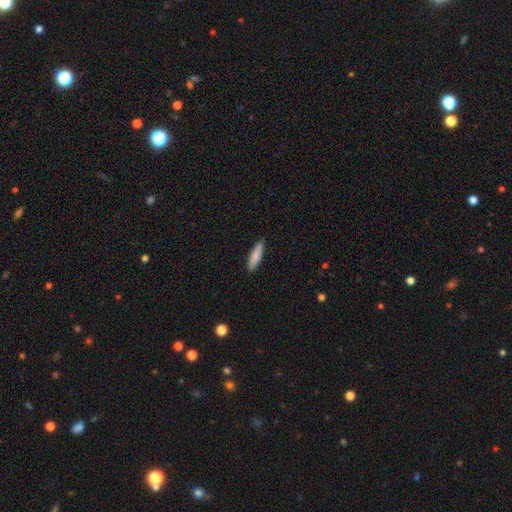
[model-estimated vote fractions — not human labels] This appears to be a smooth galaxy with no disk features (83%) that is cigar-shaped (74%). Merging: none (87%).